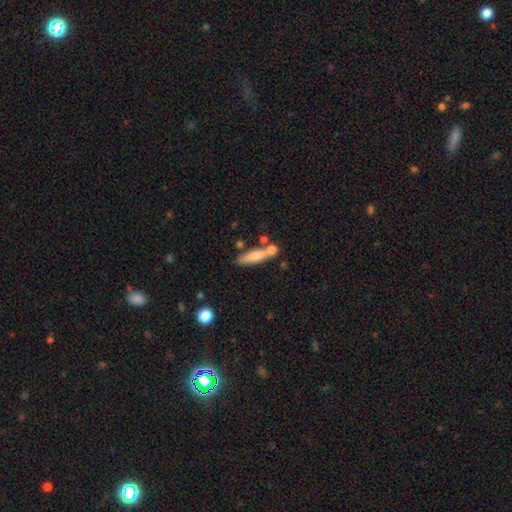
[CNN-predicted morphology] This appears to be a smooth galaxy with no disk features (72%) that is cigar-shaped (76%). Merging: none (60%).